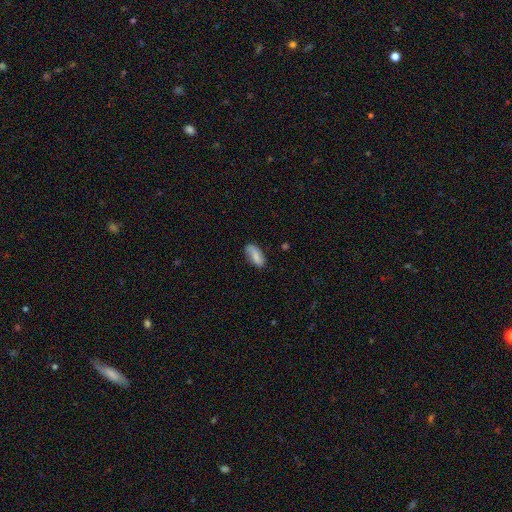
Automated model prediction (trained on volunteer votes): A smooth galaxy with no disk features (77%) that is in between round and cigar-shaped (86%).

Vote fractions:
- Smooth or featured? smooth: 77% / featured or disk: 16% / star or artifact: 7%
- How rounded? in between: 86% / cigar-shaped: 12% / round: 3%
- Merging? none: 67% / minor disturbance: 24% / major disturbance: 7% / merger: 2%